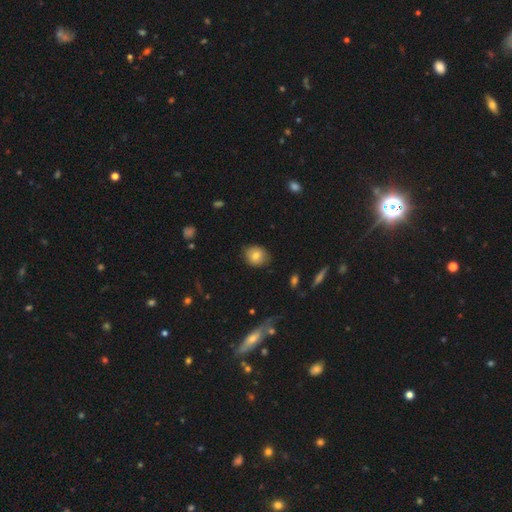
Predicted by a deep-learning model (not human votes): Smooth or featured?
  - smooth: 77% *
  - featured or disk: 14%
  - star or artifact: 9%
How rounded?
  - round: 66% *
  - in between: 33%
  - cigar-shaped: 1%
Merging?
  - none: 81% *
  - minor disturbance: 15%
  - major disturbance: 3%
  - merger: 1%